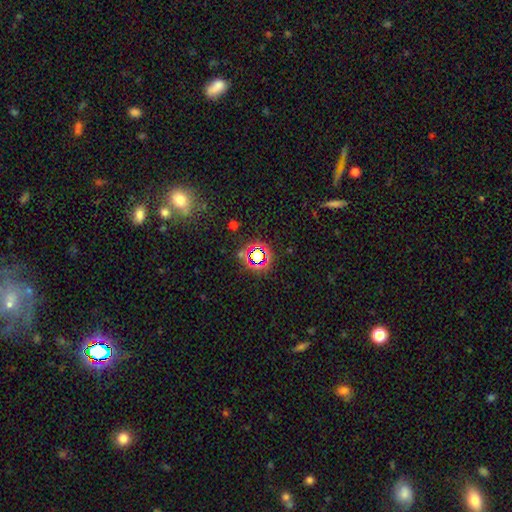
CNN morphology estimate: This is likely a star or artifact rather than a galaxy (68%).